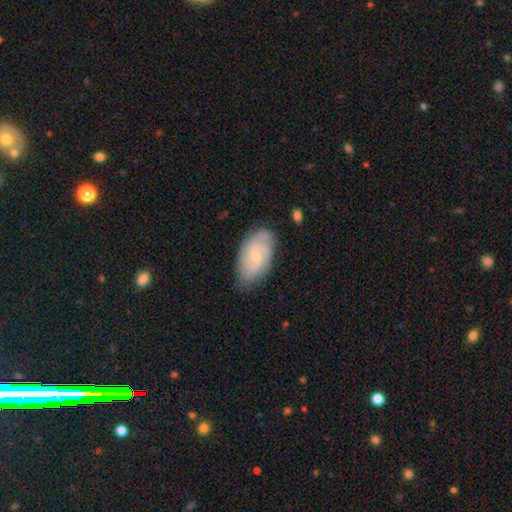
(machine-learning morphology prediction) This is likely a featured or disk galaxy (77%). It is clearly not viewed edge-on (97%). Bar: possibly weak (55%). Spiral arm pattern: clearly yes (95%). Spiral arm count: possibly 2 (47%). Spiral winding: marginally tight (45%). Central bulge: likely small (61%). Merging: likely none (76%).